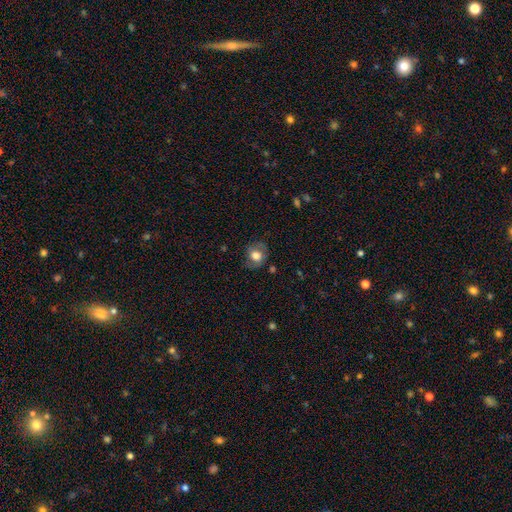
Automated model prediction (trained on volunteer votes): Smooth or featured: smooth — 65% (featured or disk — 26%)
How rounded: round — 63% (in between — 36%)
Merging: none — 70% (minor disturbance — 21%)